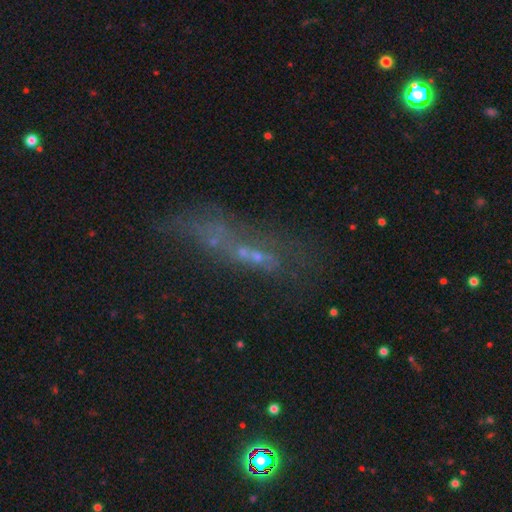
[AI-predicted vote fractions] Overall: featured or disk (41%; smooth 32%). Merging: none (30%; major disturbance 28%).